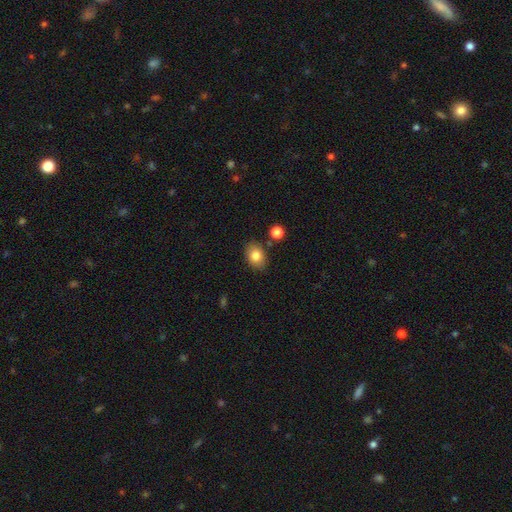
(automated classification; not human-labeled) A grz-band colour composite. It shows a smooth galaxy with no disk features (82%) that is in between round and cigar-shaped (66%). Merging: none (81%).